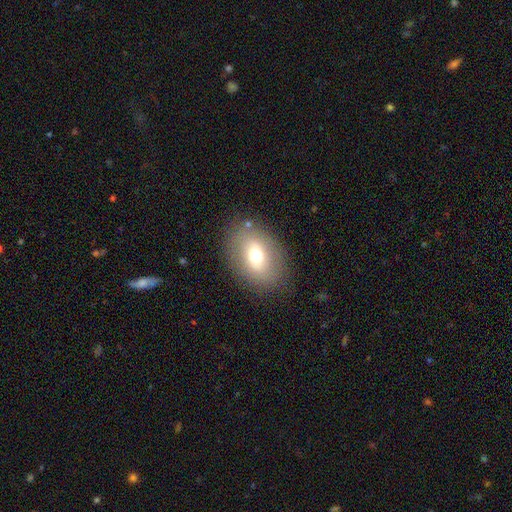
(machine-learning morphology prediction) type=smooth (63%); roundness=in between (73%); merging=none (82%).